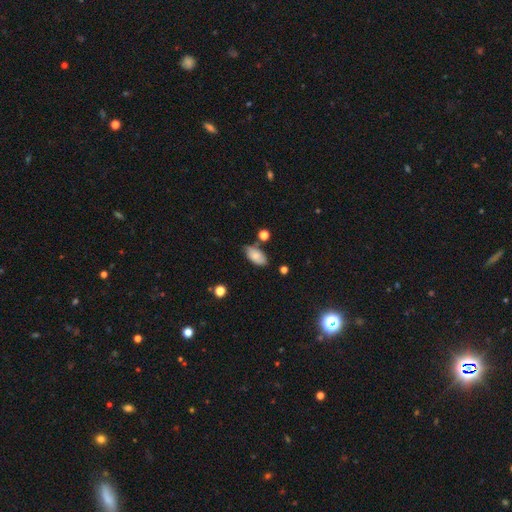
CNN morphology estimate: type=smooth (79%); roundness=in between (93%); merging=none (73%).